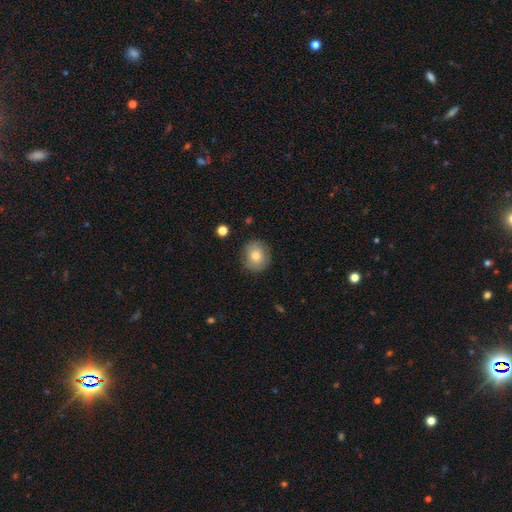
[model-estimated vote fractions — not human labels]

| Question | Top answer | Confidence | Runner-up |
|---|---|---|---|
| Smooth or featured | smooth | 77% | featured or disk (14%) |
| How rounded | round | 80% | in between (19%) |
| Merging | none | 82% | minor disturbance (14%) |